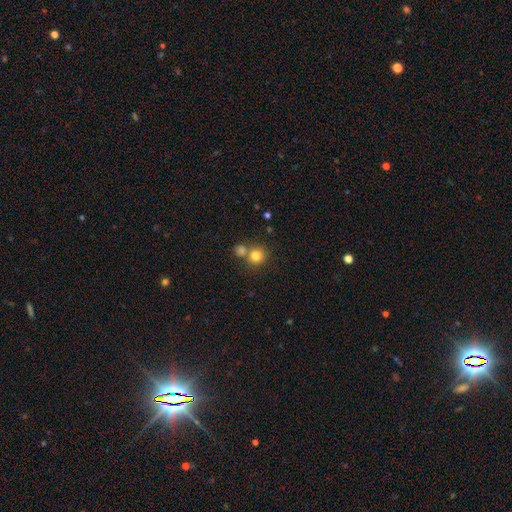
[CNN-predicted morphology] smooth 80%, star or artifact 12%, featured or disk 8%. Down the decision tree: how rounded — round (90%); merging — none (60%).